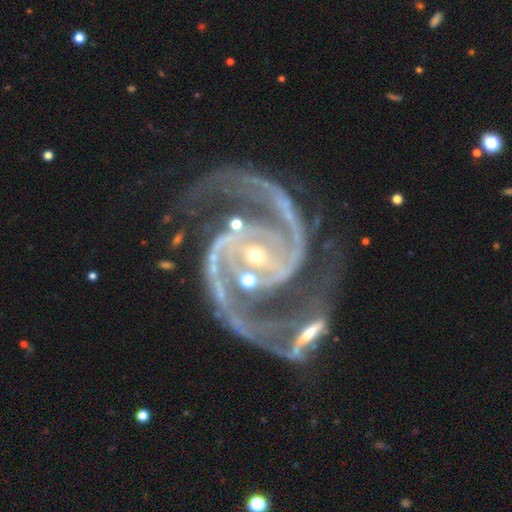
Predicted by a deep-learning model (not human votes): Q: Smooth or featured?
A: featured or disk (94%); runner-up: star or artifact (4%)
Q: Edge-on disk?
A: no (98%); runner-up: yes (2%)
Q: Bar?
A: no (34%); tied with: weak (34%)
Q: Spiral arms?
A: yes (99%); runner-up: no (1%)
Q: Spiral winding?
A: medium (61%); runner-up: tight (26%)
Q: Spiral arm count?
A: 2 (90%); runner-up: 3 (3%)
Q: Bulge size?
A: small (71%); runner-up: moderate (25%)
Q: Merging?
A: merger (39%); runner-up: none (34%)